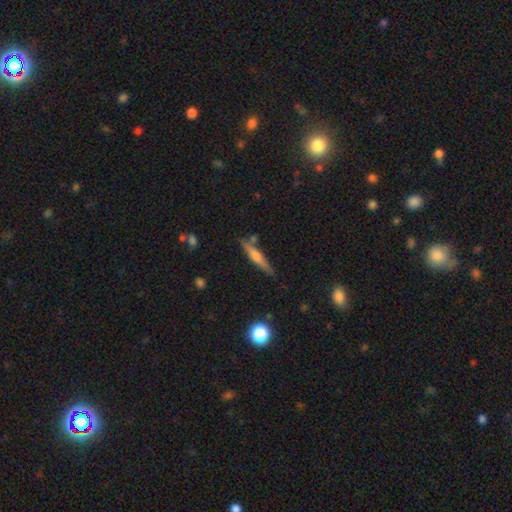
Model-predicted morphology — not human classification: Smooth or featured: featured or disk — 51% (smooth — 41%)
Edge-on disk: yes — 95% (no — 5%)
Merging: none — 80% (minor disturbance — 13%)